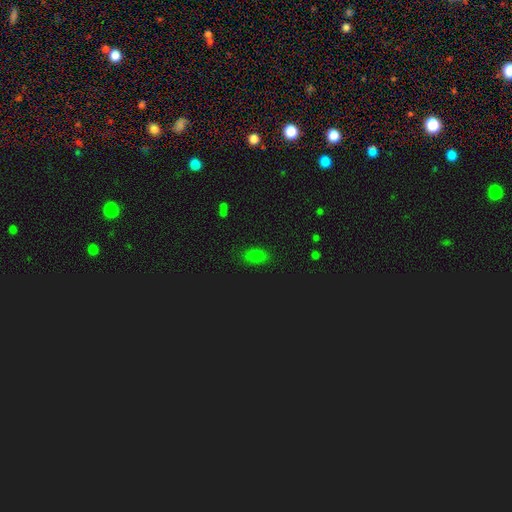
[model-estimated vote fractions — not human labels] smooth_or_featured: smooth (p=0.74) [alt: star or artifact p=0.20]
how_rounded: in between (p=0.88) [alt: round p=0.09]
merging: none (p=0.83) [alt: minor disturbance p=0.12]